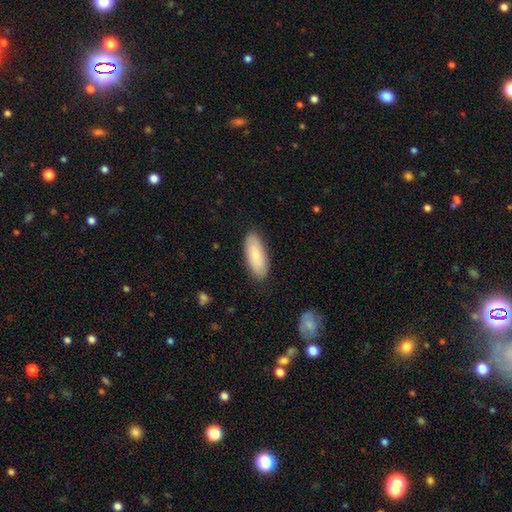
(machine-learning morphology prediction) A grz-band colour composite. It shows a smooth galaxy with no disk features (82%) that is in between round and cigar-shaped (77%). Merging: none (86%).